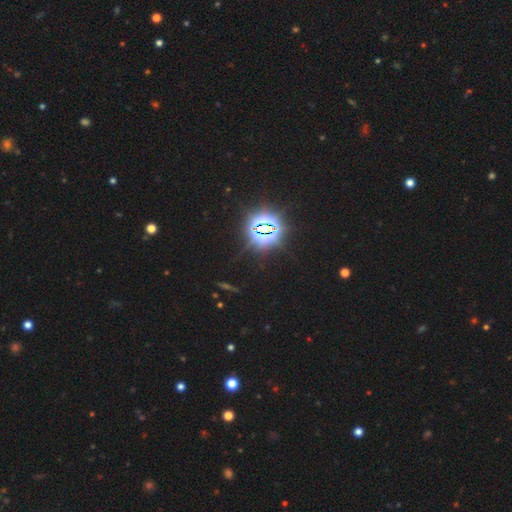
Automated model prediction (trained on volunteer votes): Smooth or featured?
  - star or artifact: 85% *
  - smooth: 10%
  - featured or disk: 6%